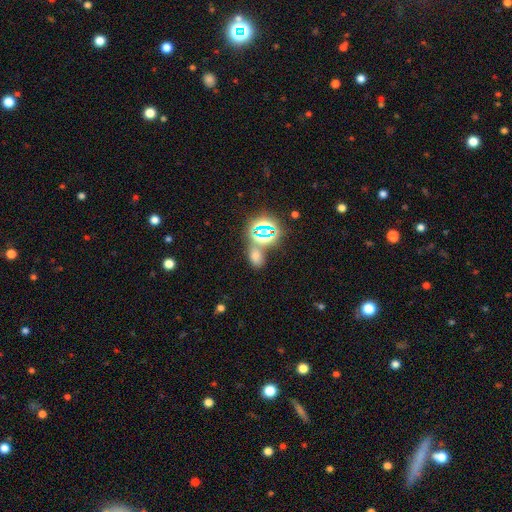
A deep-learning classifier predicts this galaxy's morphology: This appears to be a smooth galaxy with no disk features (51%) that is in between round and cigar-shaped (76%). Merging: none (59%).